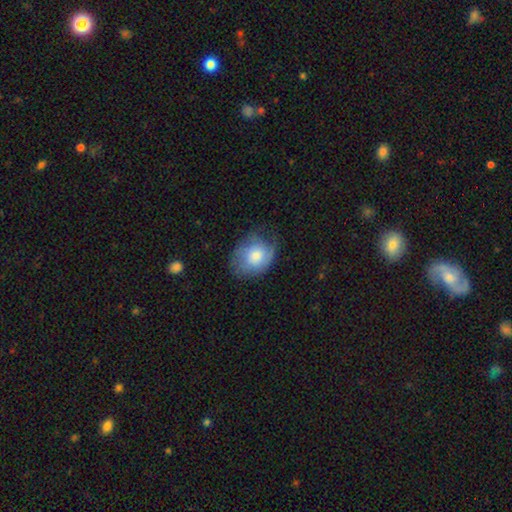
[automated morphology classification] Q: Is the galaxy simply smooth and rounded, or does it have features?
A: smooth — 65%.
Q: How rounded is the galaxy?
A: round — 50%.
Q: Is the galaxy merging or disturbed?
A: none — 53%.